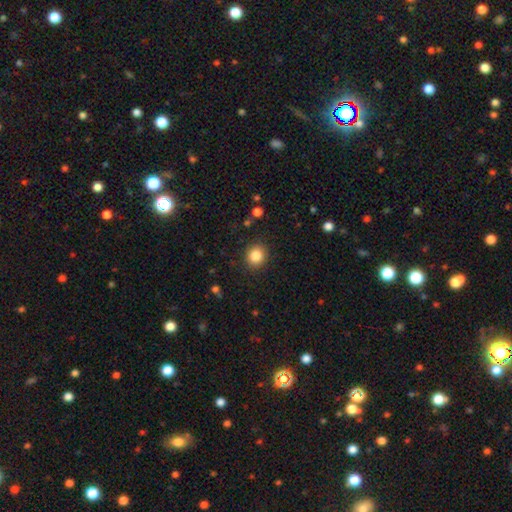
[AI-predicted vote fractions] Overall: smooth (85%). How rounded: round (80%). Merging: none (89%).